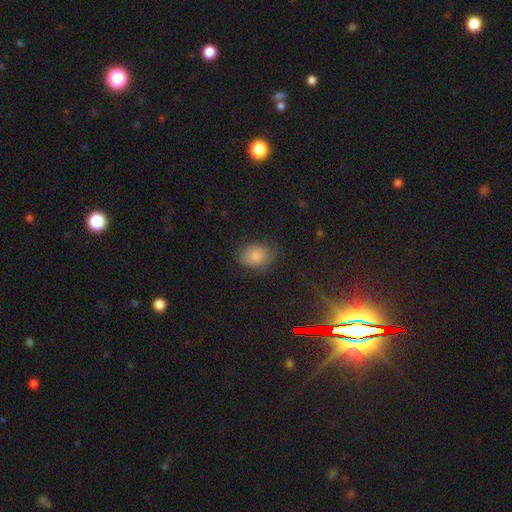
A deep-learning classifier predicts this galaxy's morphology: smooth 83%, star or artifact 9%, featured or disk 8%. Down the decision tree: how rounded — in between (64%); merging — none (75%).